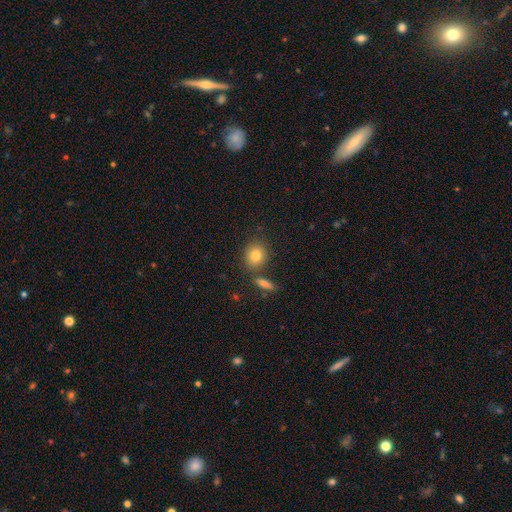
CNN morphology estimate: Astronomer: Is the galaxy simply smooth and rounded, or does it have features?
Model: smooth — 80%.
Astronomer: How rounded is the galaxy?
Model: round — 70%.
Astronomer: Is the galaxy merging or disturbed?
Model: none — 73%.